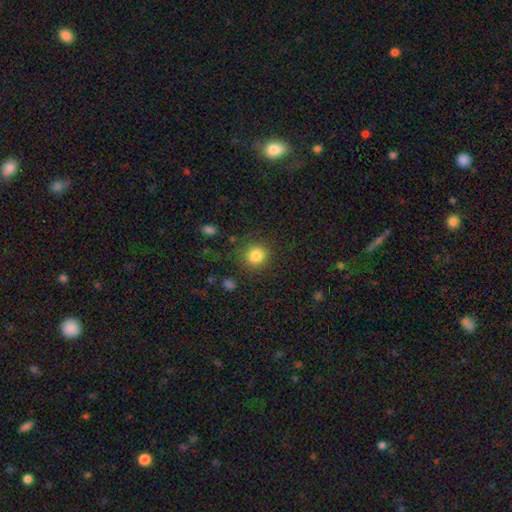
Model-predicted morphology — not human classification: Smooth or featured? Predicted: smooth (p=0.83). How rounded? Predicted: round (p=0.89). Merging? Predicted: none (p=0.84).